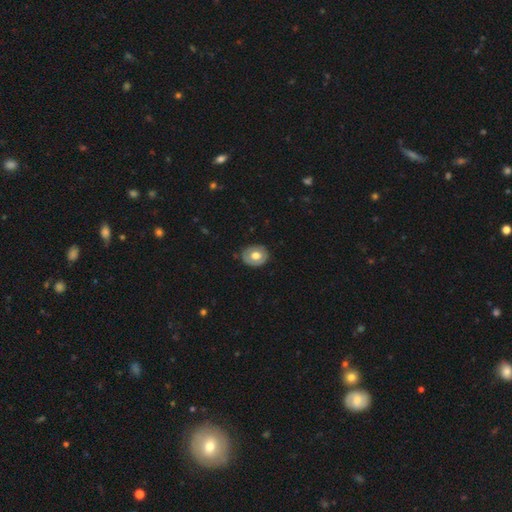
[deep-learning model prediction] This appears to be a smooth galaxy with no disk features (58%) that is round (53%). Merging: none (83%).